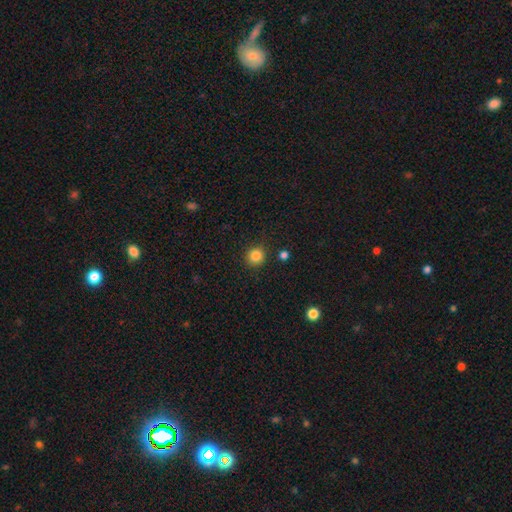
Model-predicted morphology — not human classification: Smooth or featured: smooth — 85% (star or artifact — 11%)
How rounded: round — 93% (in between — 6%)
Merging: none — 89% (minor disturbance — 6%)